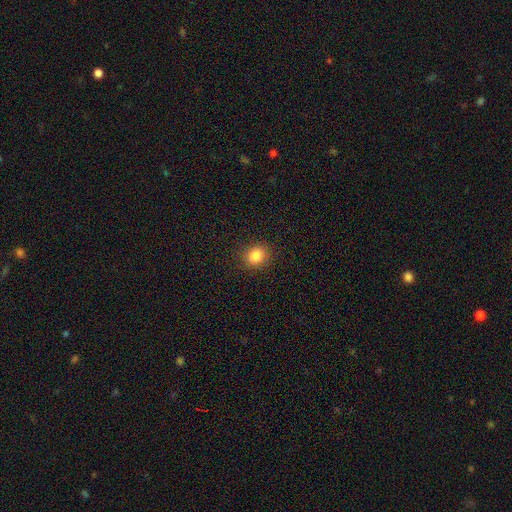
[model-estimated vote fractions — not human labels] smooth 85%, star or artifact 11%, featured or disk 4%. Down the decision tree: how rounded — round (76%); merging — none (89%).